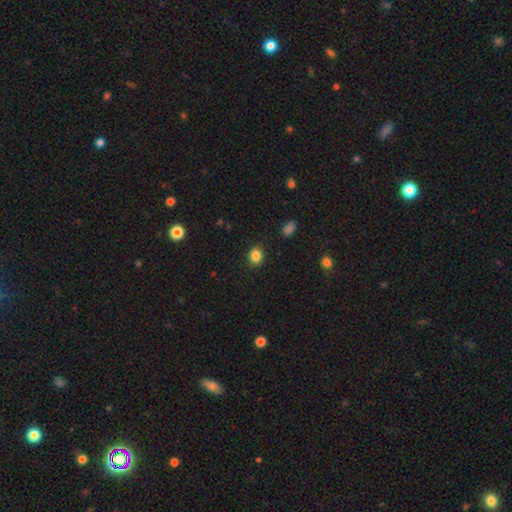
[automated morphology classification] Smooth or featured? smooth (85%)
How rounded? round (51%)
Merging? none (89%)